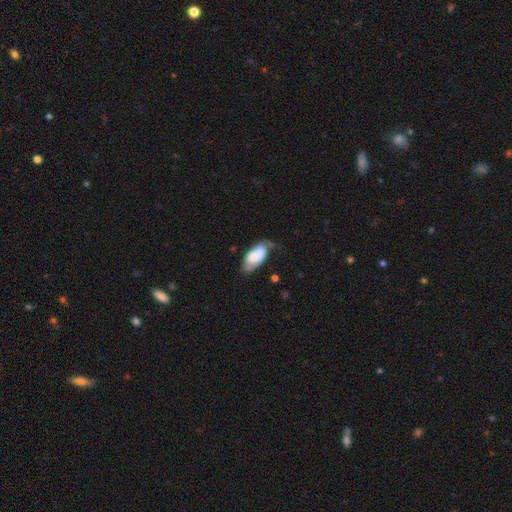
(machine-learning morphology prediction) smooth-or-featured: smooth: 60% | featured or disk: 33% | star or artifact: 7%
  how-rounded: in between: 91% | cigar-shaped: 7% | round: 3%
  merging: none: 42% | minor disturbance: 35% | major disturbance: 17% | merger: 6%